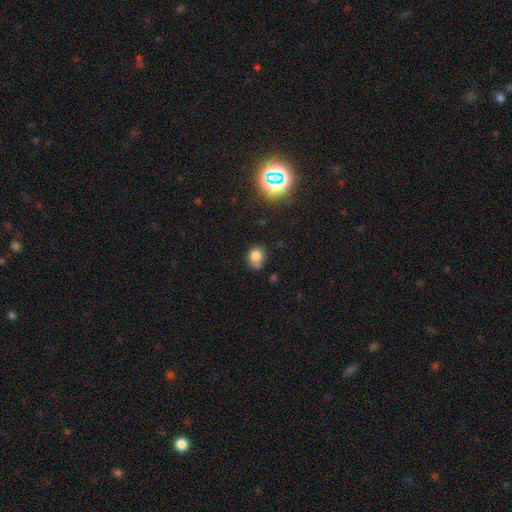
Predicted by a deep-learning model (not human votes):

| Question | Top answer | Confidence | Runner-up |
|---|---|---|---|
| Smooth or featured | smooth | 76% | star or artifact (15%) |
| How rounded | round | 75% | in between (24%) |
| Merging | none | 55% | minor disturbance (22%) |